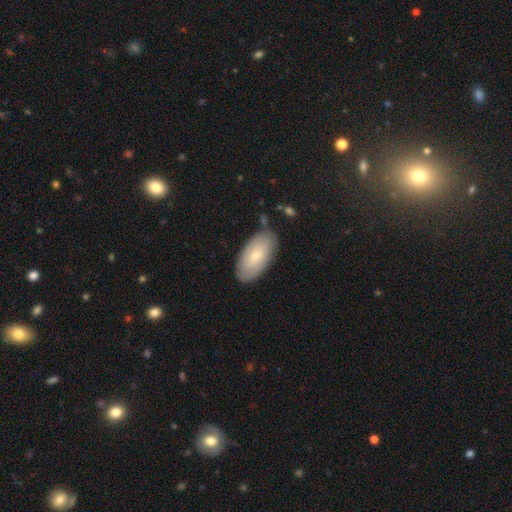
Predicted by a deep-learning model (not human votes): smooth-or-featured: smooth: 60% | featured or disk: 34% | star or artifact: 6%
  how-rounded: in between: 94% | cigar-shaped: 4% | round: 2%
  merging: none: 81% | minor disturbance: 14% | major disturbance: 3% | merger: 2%